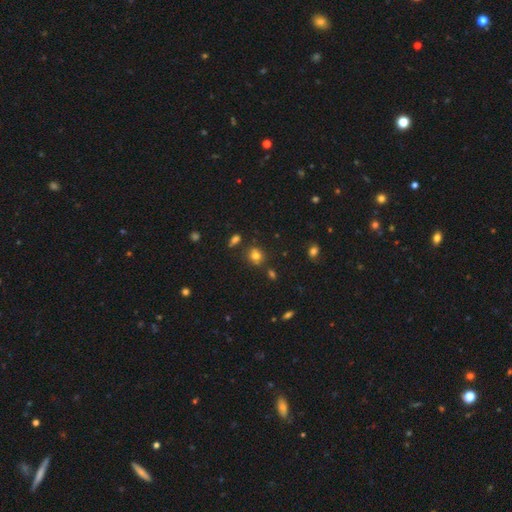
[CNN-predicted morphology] Overall: smooth (74%). How rounded: round (76%). Merging: none (72%).